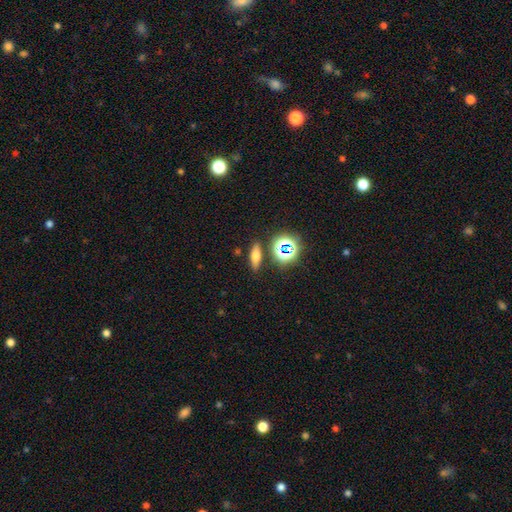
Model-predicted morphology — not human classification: The model was most divided on "how rounded": cigar-shaped: 45%, in between: 42%, round: 14%. More confident: merging — none (85%); smooth or featured — smooth (56%).